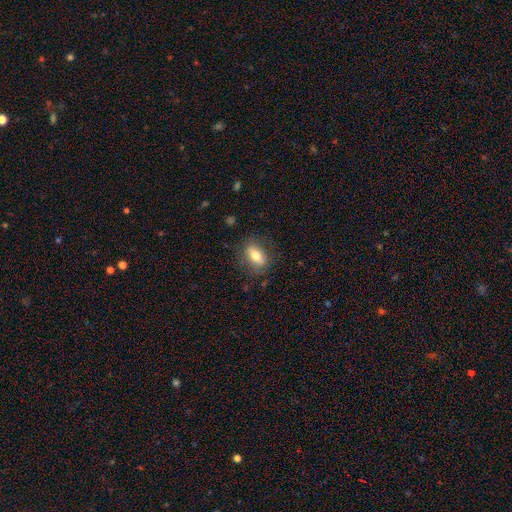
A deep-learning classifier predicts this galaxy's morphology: Q: Smooth or featured?
A: smooth (69%); runner-up: featured or disk (23%)
Q: How rounded?
A: in between (78%); runner-up: cigar-shaped (13%)
Q: Merging?
A: none (81%); runner-up: minor disturbance (13%)